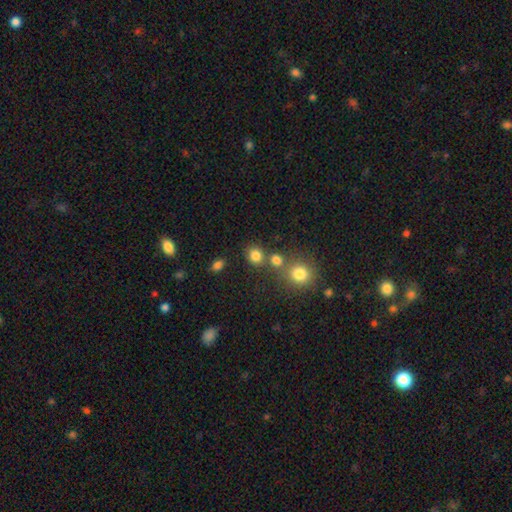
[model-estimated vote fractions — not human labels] Overall: smooth (80%). How rounded: round (78%). Merging: none (69%).